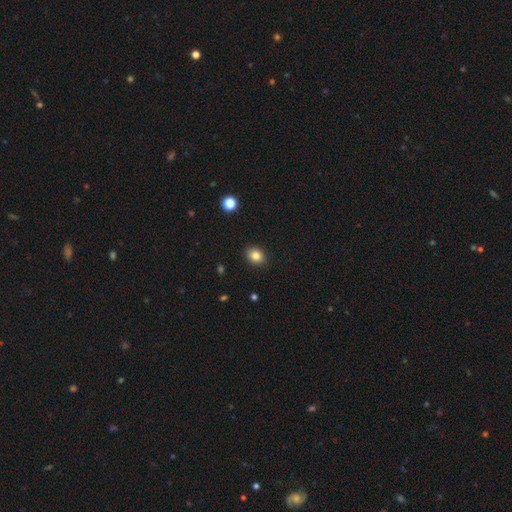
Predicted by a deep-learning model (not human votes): Smooth or featured? smooth (83%)
How rounded? in between (51%)
Merging? none (90%)